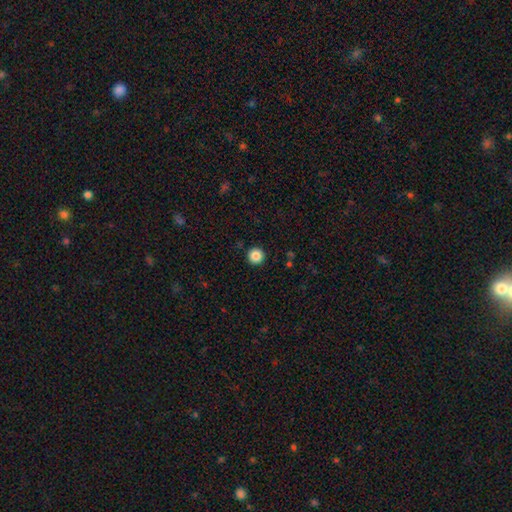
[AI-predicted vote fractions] This appears to be a smooth galaxy with no disk features (86%) that is round (96%). Merging: none (93%).